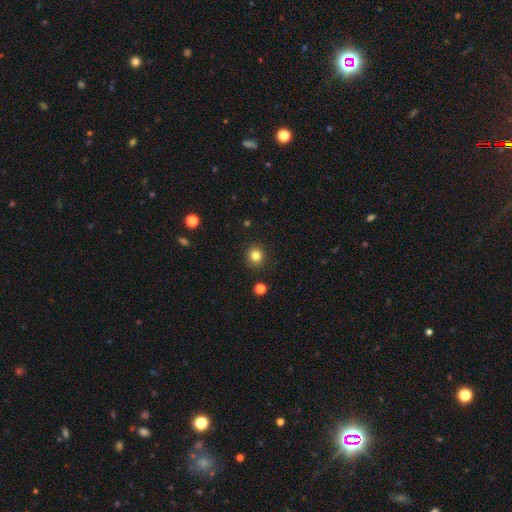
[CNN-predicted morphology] The model was most divided on "smooth or featured": smooth: 82%, star or artifact: 12%, featured or disk: 6%. More confident: how rounded — round (92%); merging — none (91%).